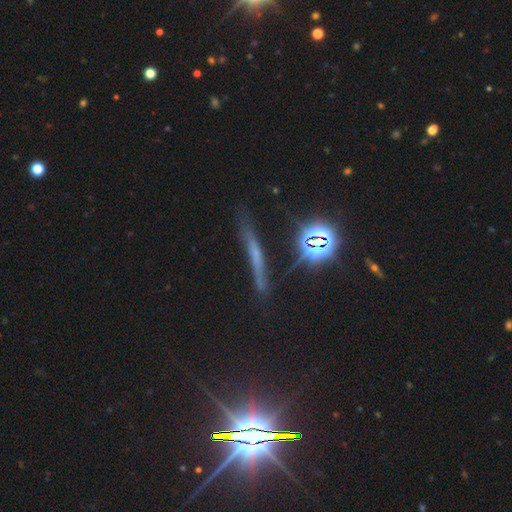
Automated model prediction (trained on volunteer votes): This is marginally a featured or disk galaxy (34%). Merging: likely none (75%).